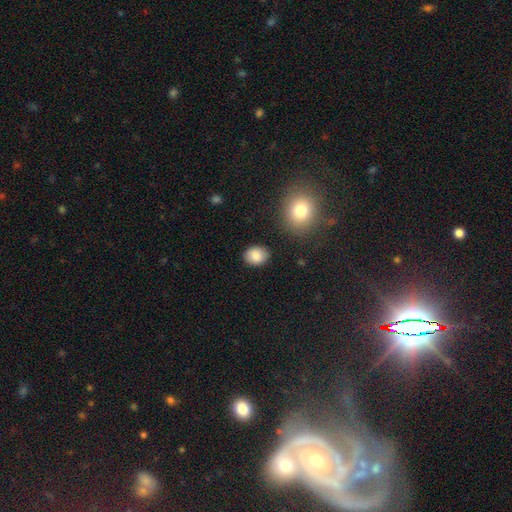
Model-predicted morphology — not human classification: The model was most divided on "how rounded": in between: 57%, round: 42%, cigar-shaped: 1%. More confident: smooth or featured — smooth (87%); merging — none (86%).